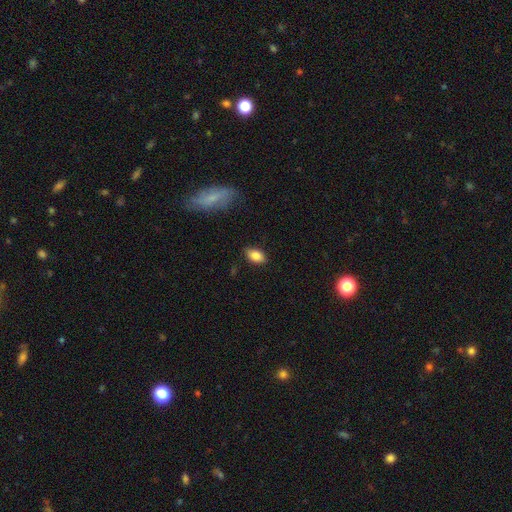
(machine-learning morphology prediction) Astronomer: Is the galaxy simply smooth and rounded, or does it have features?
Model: smooth — 85%.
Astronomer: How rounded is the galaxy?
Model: in between — 91%.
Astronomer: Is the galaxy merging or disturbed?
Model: none — 84%.